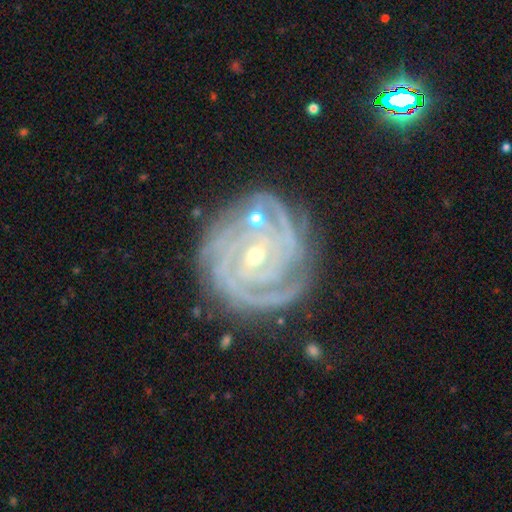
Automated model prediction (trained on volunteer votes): featured or disk 90%, star or artifact 6%, smooth 4%. Down the decision tree: edge-on disk — no (97%); bar — no (47%); spiral arms — yes (98%); spiral arm count — 3 (30%); spiral winding — tight (81%); bulge size — small (69%); merging — none (74%).